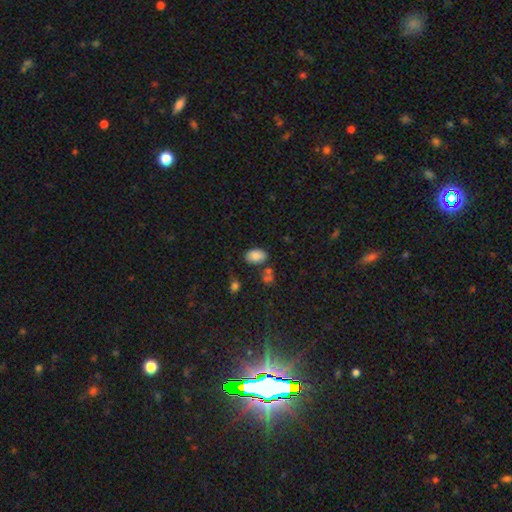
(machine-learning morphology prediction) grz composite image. It shows a smooth galaxy with no disk features (85%) that is in between round and cigar-shaped (89%). Merging: none (71%).